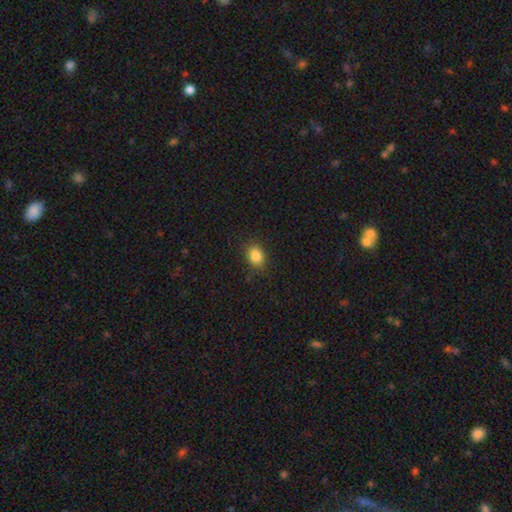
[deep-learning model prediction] This is clearly a smooth galaxy (85%). How rounded: likely in between (66%). Merging: clearly none (86%).